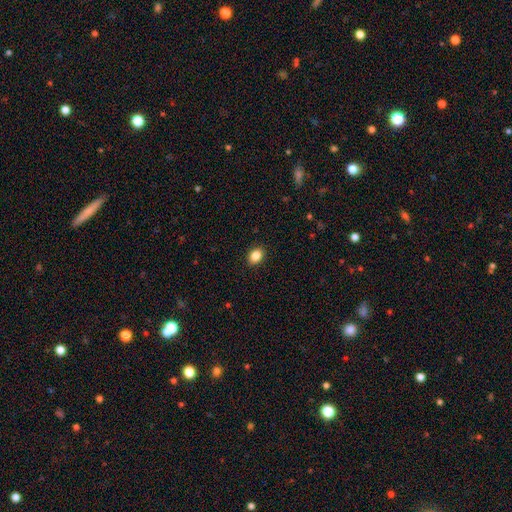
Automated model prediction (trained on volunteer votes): smooth_or_featured: smooth (p=0.86) [alt: star or artifact p=0.09]
how_rounded: in between (p=0.70) [alt: round p=0.29]
merging: none (p=0.90) [alt: minor disturbance p=0.07]